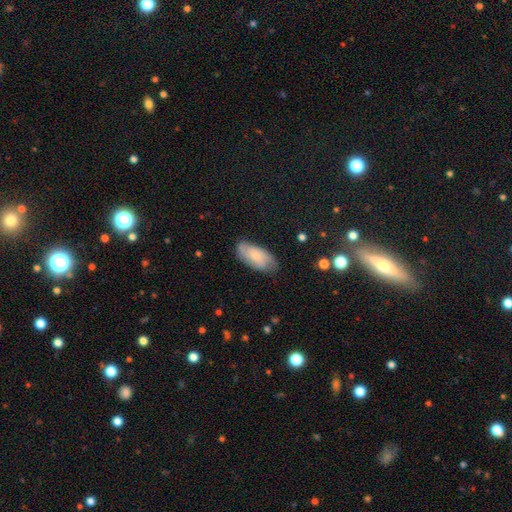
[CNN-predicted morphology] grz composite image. It shows a smooth galaxy with no disk features (66%) that is in between round and cigar-shaped (91%). Merging: none (75%).